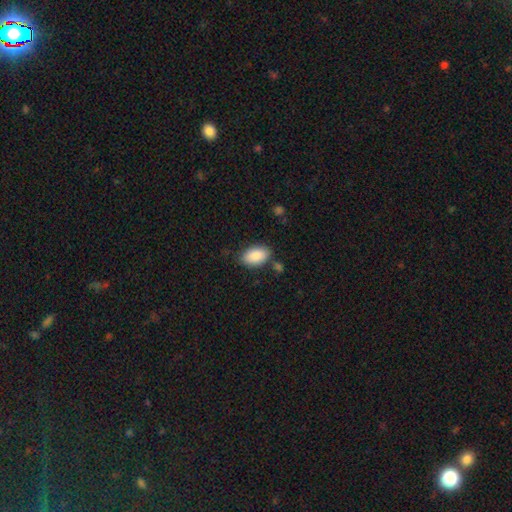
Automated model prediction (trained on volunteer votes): Q: Smooth or featured?
A: smooth (88%); runner-up: star or artifact (7%)
Q: How rounded?
A: in between (93%); runner-up: round (5%)
Q: Merging?
A: none (78%); runner-up: minor disturbance (14%)